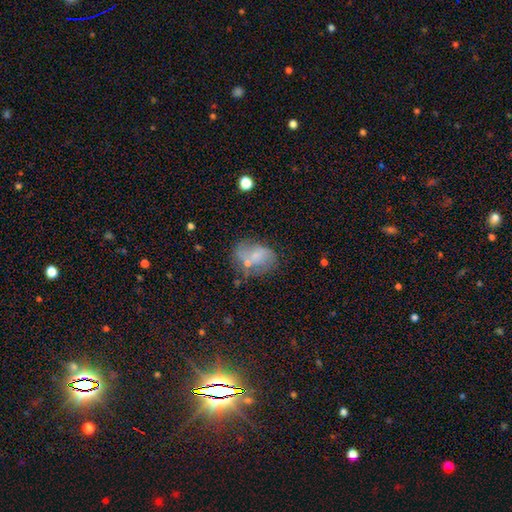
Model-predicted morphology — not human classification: This appears to be a smooth galaxy with no disk features (47%). Merging: none (44%).